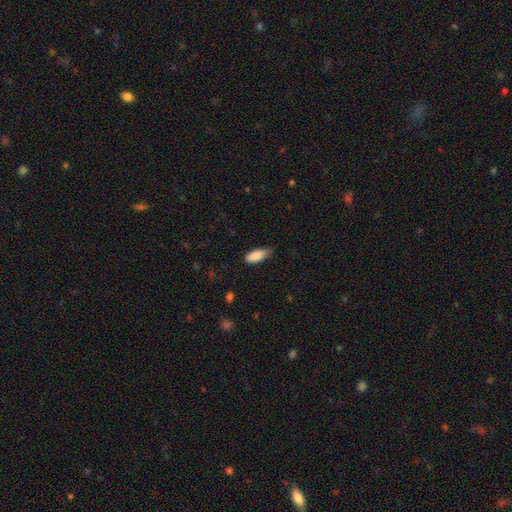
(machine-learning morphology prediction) Smooth or featured? Predicted: smooth (p=0.88). How rounded? Predicted: in between (p=0.84). Merging? Predicted: none (p=0.62).